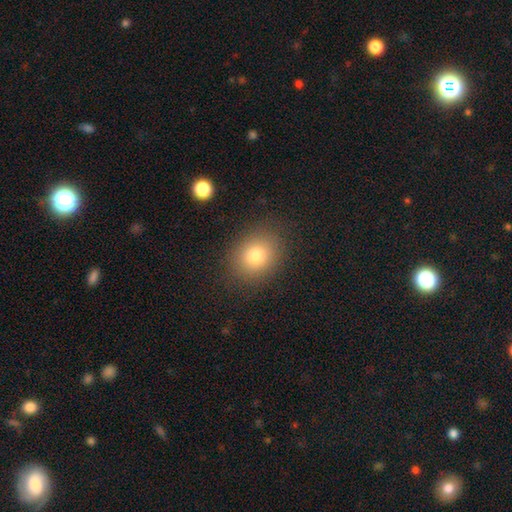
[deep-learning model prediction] smooth-or-featured: smooth: 78% | star or artifact: 12% | featured or disk: 10%
  how-rounded: round: 55% | in between: 44% | cigar-shaped: 1%
  merging: none: 85% | minor disturbance: 9% | major disturbance: 4% | merger: 1%